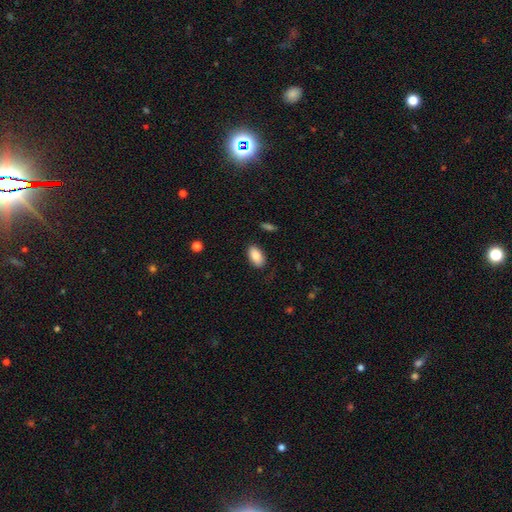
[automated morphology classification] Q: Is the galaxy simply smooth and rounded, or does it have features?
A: smooth — 87%.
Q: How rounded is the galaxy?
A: in between — 94%.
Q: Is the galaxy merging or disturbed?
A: none — 83%.